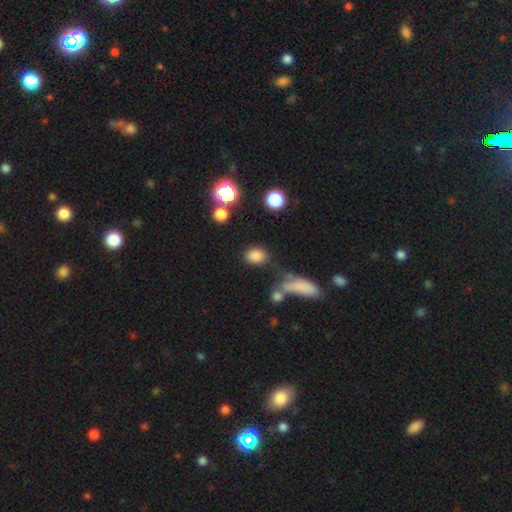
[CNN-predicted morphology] smooth-or-featured: smooth: 82% | star or artifact: 12% | featured or disk: 6%
  how-rounded: in between: 60% | round: 38% | cigar-shaped: 3%
  merging: none: 73% | minor disturbance: 13% | merger: 9% | major disturbance: 5%